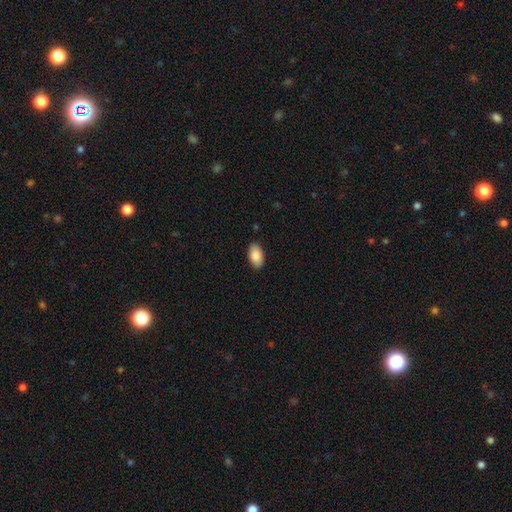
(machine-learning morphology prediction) smooth 87%, star or artifact 6%, featured or disk 6%. Down the decision tree: how rounded — in between (95%); merging — none (88%).